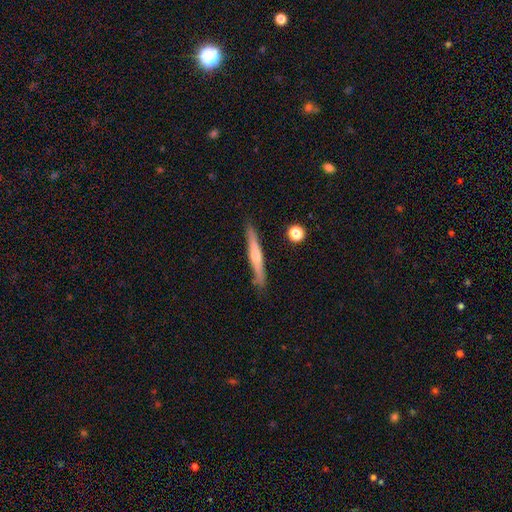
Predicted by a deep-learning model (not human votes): A featured or disk galaxy (60%) viewed edge-on (95%) with a rounded central bulge (81%). Merging: none (87%).